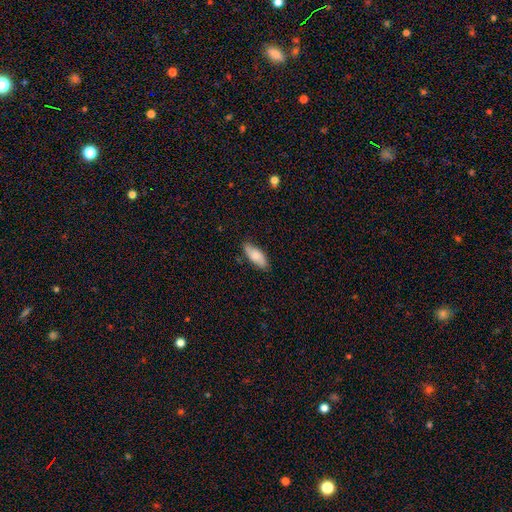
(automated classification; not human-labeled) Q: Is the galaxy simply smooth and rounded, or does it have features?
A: smooth — 72%.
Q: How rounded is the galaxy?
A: in between — 79%.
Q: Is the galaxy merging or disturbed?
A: none — 80%.